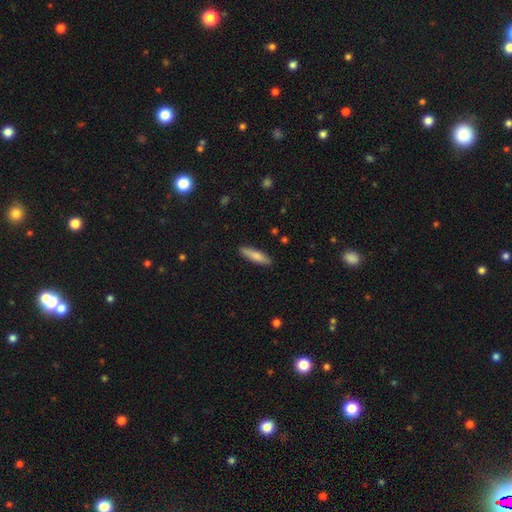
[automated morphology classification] smooth_or_featured: smooth (p=0.76) [alt: featured or disk p=0.18]
how_rounded: cigar-shaped (p=0.74) [alt: in between p=0.25]
merging: none (p=0.89) [alt: minor disturbance p=0.08]